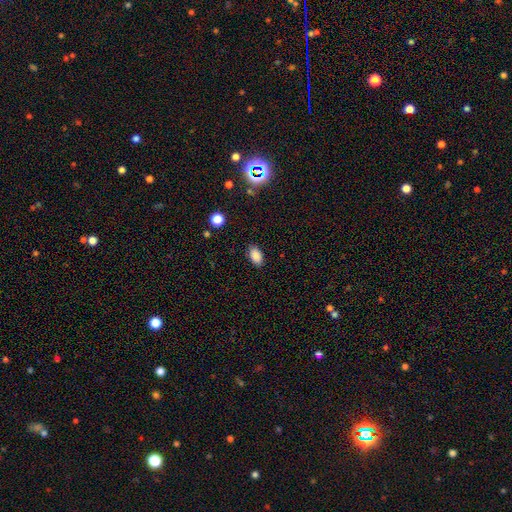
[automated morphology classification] This appears to be a smooth galaxy with no disk features (86%) that is in between round and cigar-shaped (92%). Merging: none (86%).